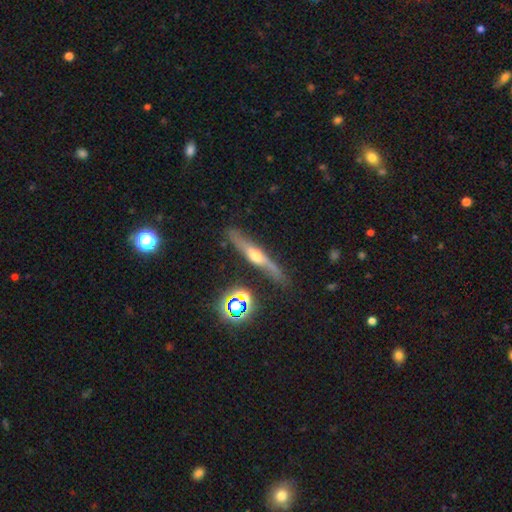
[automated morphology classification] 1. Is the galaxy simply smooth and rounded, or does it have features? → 64% featured or disk, 26% smooth, 10% star or artifact.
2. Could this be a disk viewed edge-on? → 90% yes, 10% no.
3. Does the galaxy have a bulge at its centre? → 86% rounded, 7% none, 6% boxy.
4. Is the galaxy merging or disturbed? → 77% none, 16% minor disturbance, 4% major disturbance, 3% merger.